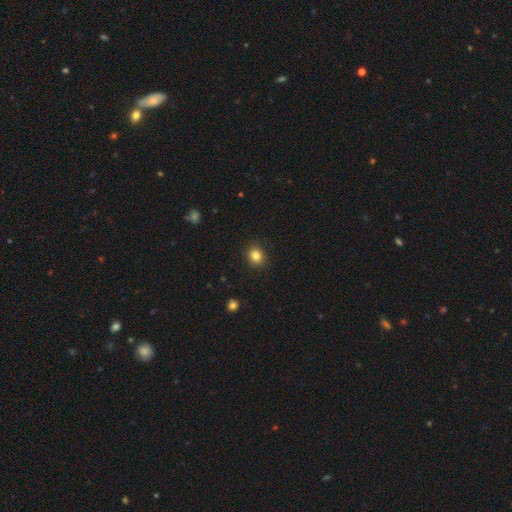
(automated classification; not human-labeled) Overall: smooth (83%). How rounded: round (73%). Merging: none (90%).